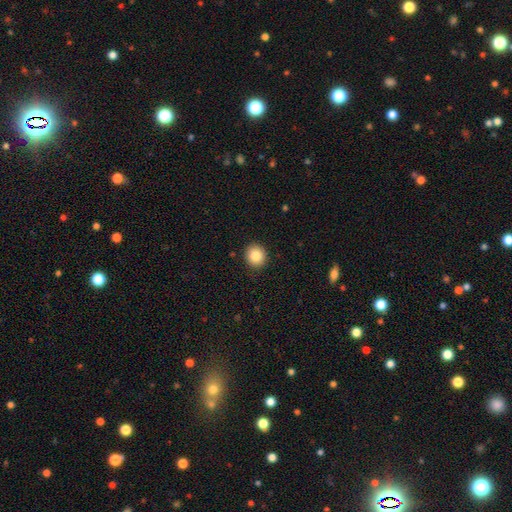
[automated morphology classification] Smooth or featured? Predicted: smooth (p=0.85). How rounded? Predicted: round (p=0.87). Merging? Predicted: none (p=0.91).